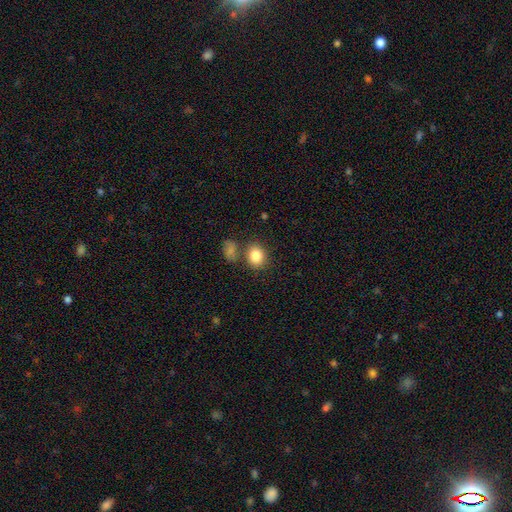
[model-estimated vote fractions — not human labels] Smooth or featured?
  - smooth: 85% *
  - star or artifact: 9%
  - featured or disk: 6%
How rounded?
  - round: 57% *
  - in between: 42%
  - cigar-shaped: 1%
Merging?
  - none: 69% *
  - merger: 15%
  - minor disturbance: 12%
  - major disturbance: 4%